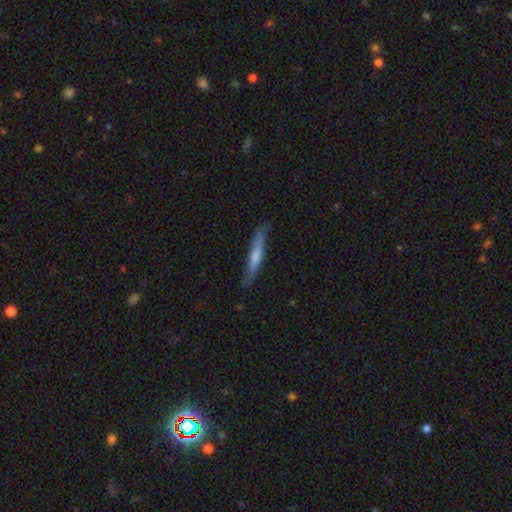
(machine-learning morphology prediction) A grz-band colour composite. It shows a smooth galaxy with no disk features (59%) that is cigar-shaped (93%). Merging: none (80%).